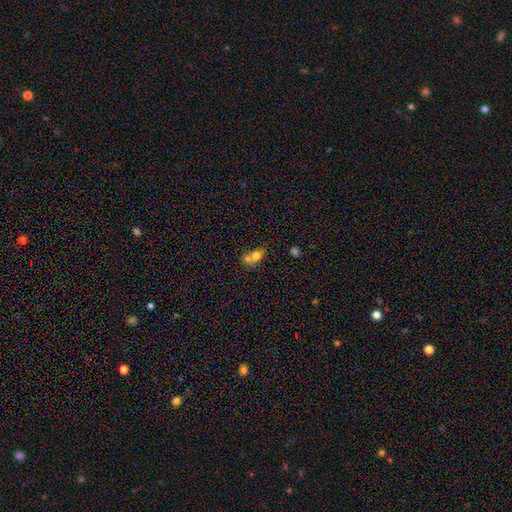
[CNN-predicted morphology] Smooth or featured: smooth — 70% (featured or disk — 19%)
How rounded: in between — 52% (round — 46%)
Merging: merger — 62% (none — 25%)